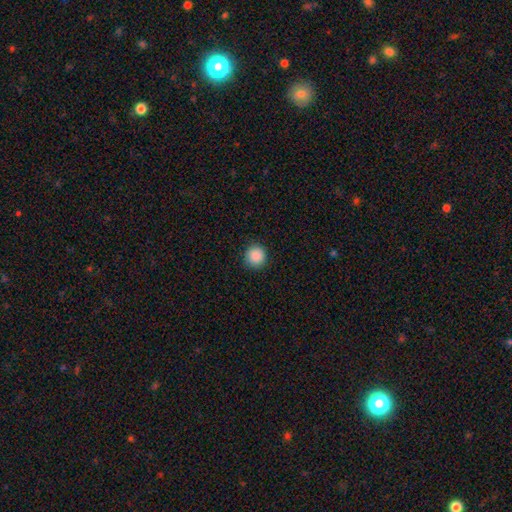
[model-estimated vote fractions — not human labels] The model was most divided on "smooth or featured": smooth: 89%, star or artifact: 9%, featured or disk: 2%. More confident: how rounded — round (93%); merging — none (91%).